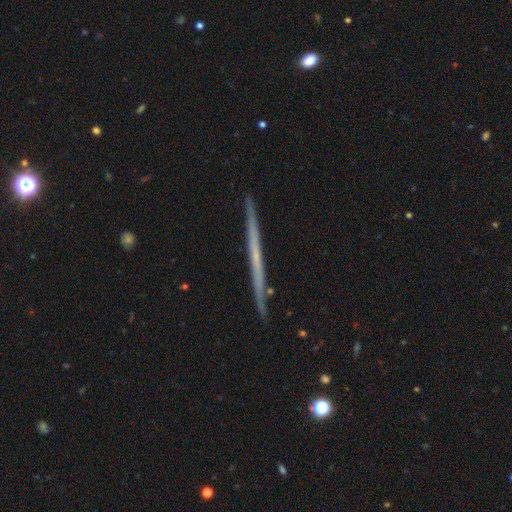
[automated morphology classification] Smooth or featured?
  - featured or disk: 63% *
  - smooth: 31%
  - star or artifact: 6%
Edge-on disk?
  - yes: 98% *
  - no: 2%
Edge-on bulge?
  - none: 91% *
  - rounded: 6%
  - boxy: 3%
Merging?
  - none: 90% *
  - minor disturbance: 7%
  - major disturbance: 1%
  - merger: 1%